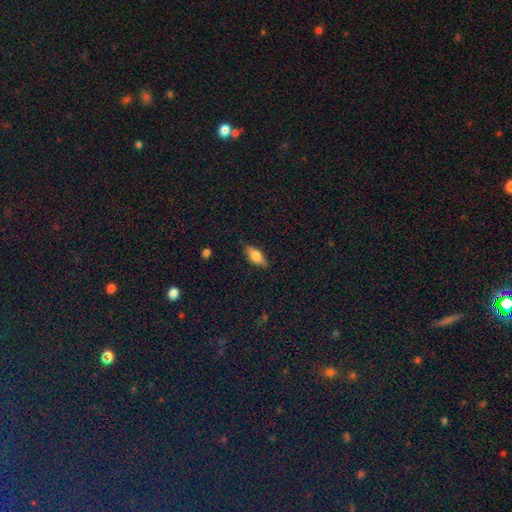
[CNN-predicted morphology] A smooth galaxy with no disk features (59%) that is in between round and cigar-shaped (66%).

Vote fractions:
- Smooth or featured? smooth: 59% / featured or disk: 33% / star or artifact: 7%
- How rounded? in between: 66% / cigar-shaped: 31% / round: 3%
- Merging? none: 84% / minor disturbance: 12% / major disturbance: 3% / merger: 1%